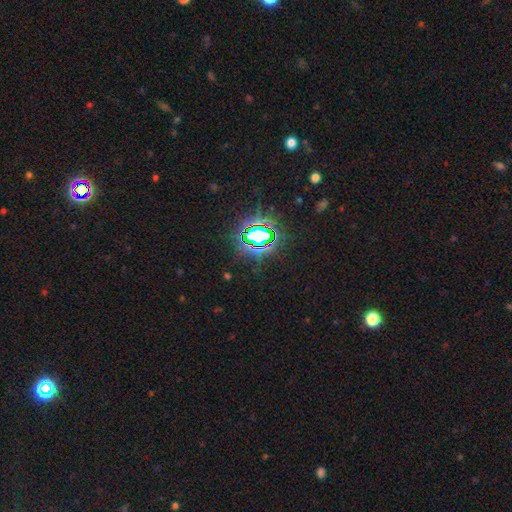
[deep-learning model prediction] Smooth or featured: star or artifact — 81% (smooth — 11%)